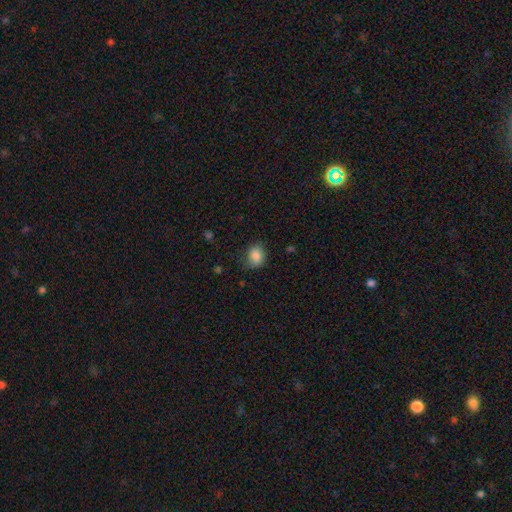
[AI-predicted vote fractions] Smooth or featured? smooth (85%)
How rounded? round (55%)
Merging? none (74%)